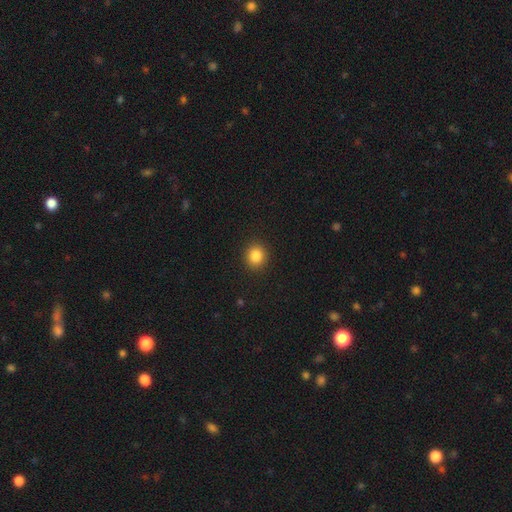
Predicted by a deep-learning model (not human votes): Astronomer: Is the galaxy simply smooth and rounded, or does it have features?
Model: smooth — 85%.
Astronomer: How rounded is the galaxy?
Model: round — 83%.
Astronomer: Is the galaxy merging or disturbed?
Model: none — 91%.